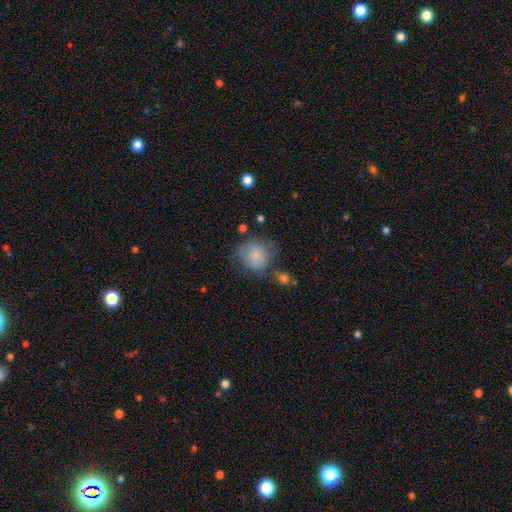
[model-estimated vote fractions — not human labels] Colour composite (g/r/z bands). It shows a smooth galaxy with no disk features (76%) that is round (77%). Merging: none (50%).